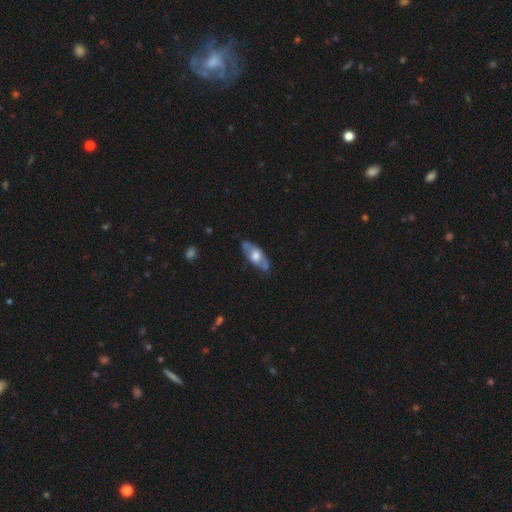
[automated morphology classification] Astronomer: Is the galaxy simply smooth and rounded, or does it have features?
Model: featured or disk — 52% (runner-up: smooth, 43%).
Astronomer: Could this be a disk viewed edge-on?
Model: no — 57% (runner-up: yes, 43%).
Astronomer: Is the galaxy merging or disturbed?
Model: none — 72%.